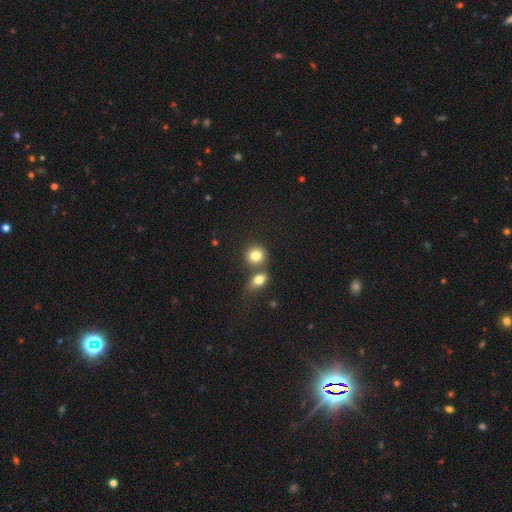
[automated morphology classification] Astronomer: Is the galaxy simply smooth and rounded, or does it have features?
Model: smooth — 81%.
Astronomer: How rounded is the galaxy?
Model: round — 81%.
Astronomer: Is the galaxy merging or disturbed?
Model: none — 54% (runner-up: merger, 34%).